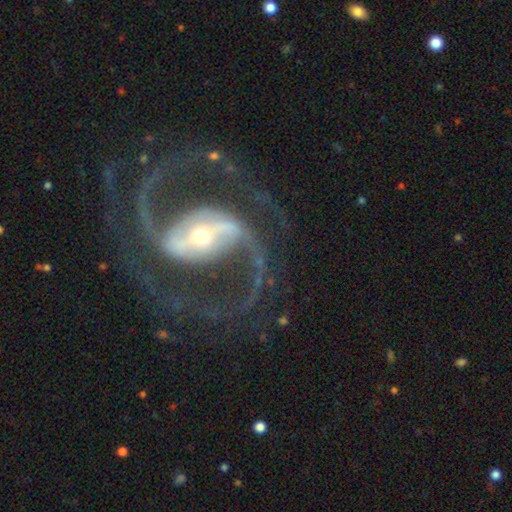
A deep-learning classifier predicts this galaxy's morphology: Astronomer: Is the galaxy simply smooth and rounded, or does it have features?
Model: featured or disk — 92%.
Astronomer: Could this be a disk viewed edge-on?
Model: no — 97%.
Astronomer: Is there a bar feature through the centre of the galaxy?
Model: strong — 61%.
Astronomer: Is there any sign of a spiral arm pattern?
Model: yes — 98%.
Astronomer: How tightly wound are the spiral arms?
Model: medium — 65%.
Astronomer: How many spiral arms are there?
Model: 2 — 91%.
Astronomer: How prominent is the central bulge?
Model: small — 49% (runner-up: moderate, 42%).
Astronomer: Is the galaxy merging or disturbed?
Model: none — 78%.